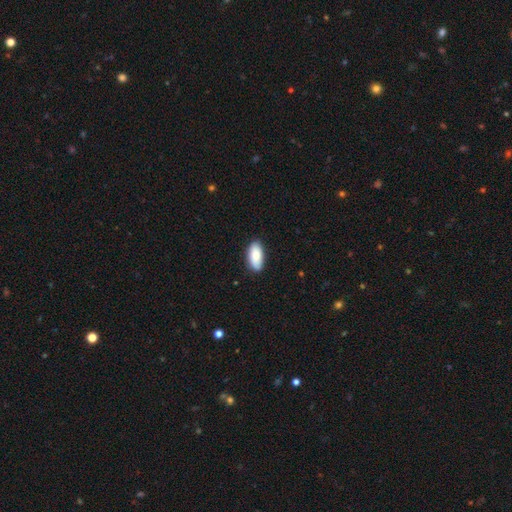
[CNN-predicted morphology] smooth 83%, featured or disk 11%, star or artifact 6%. Down the decision tree: how rounded — in between (92%); merging — none (83%).